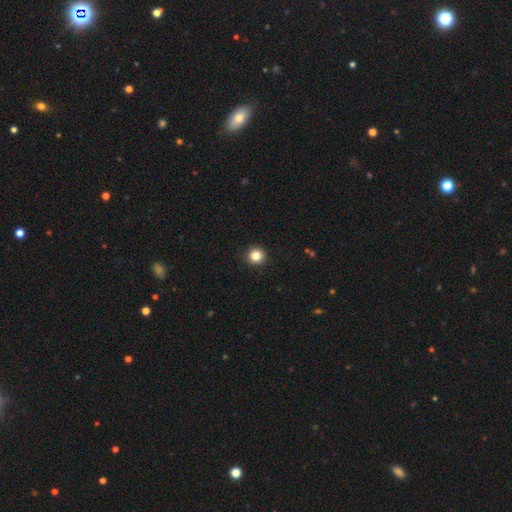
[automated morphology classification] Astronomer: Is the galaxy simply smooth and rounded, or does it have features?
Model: smooth — 83%.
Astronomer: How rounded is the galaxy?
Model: round — 95%.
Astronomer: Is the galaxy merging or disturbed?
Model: none — 92%.